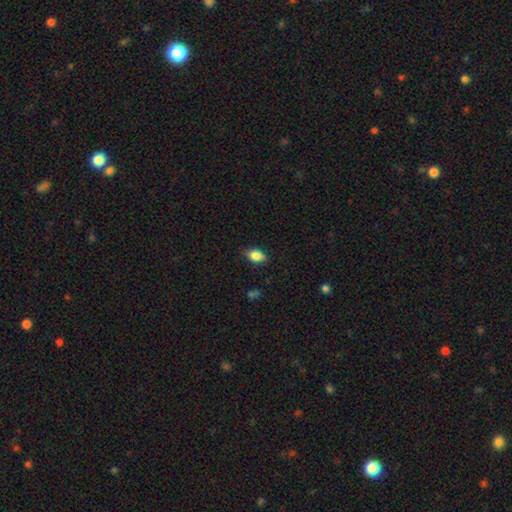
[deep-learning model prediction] smooth_or_featured: smooth (p=0.84) [alt: featured or disk p=0.08]
how_rounded: in between (p=0.85) [alt: round p=0.11]
merging: none (p=0.80) [alt: minor disturbance p=0.16]